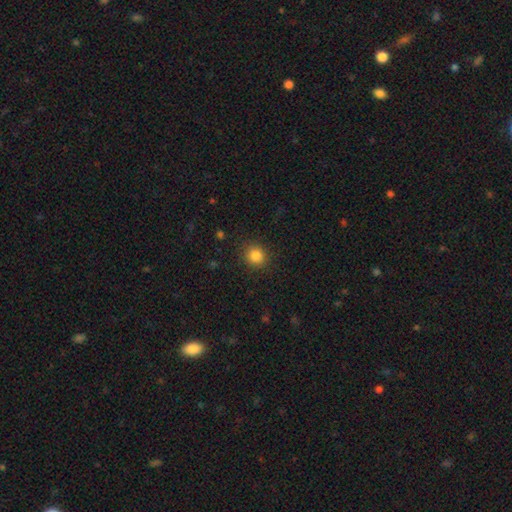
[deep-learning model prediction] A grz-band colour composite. It shows a smooth galaxy with no disk features (84%) that is round (87%). Merging: none (89%).